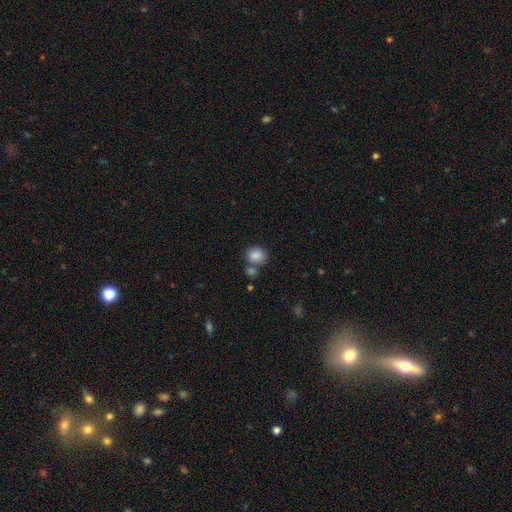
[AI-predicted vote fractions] Morphology: type=smooth (85%); roundness=round (64%); merging=none (60%).